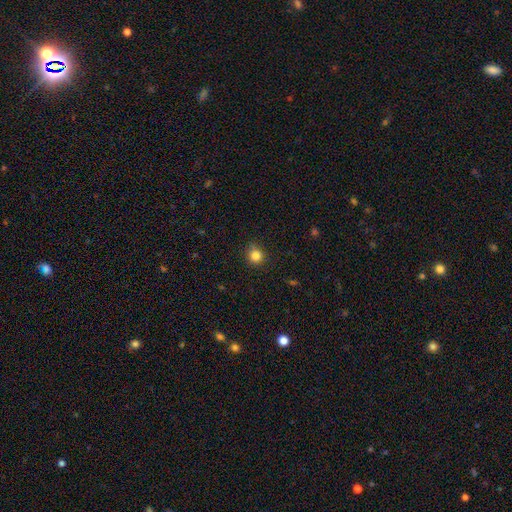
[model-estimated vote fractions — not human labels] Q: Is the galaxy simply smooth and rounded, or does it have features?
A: smooth — 82%.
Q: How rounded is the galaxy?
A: round — 91%.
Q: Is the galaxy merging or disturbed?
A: none — 82%.